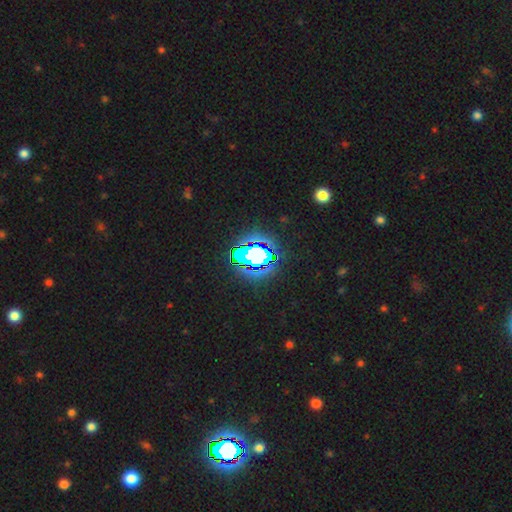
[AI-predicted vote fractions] A star or artifact, not a galaxy (67%).

Vote fractions:
- Smooth or featured? star or artifact: 67% / smooth: 18% / featured or disk: 14%